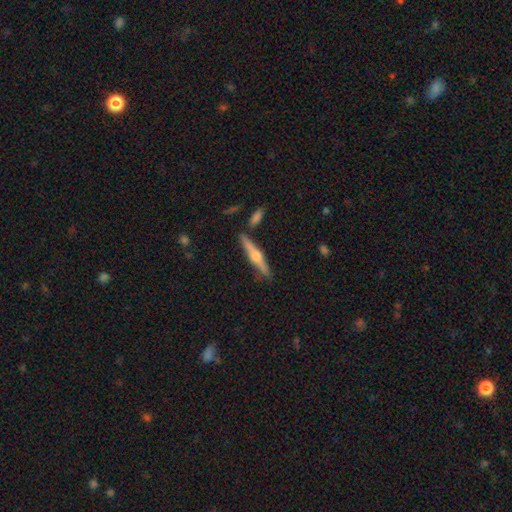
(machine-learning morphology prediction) The model was most divided on "smooth or featured": featured or disk: 68%, smooth: 26%, star or artifact: 6%. More confident: edge-on disk — yes (97%); edge-on bulge — rounded (91%); merging — none (84%).